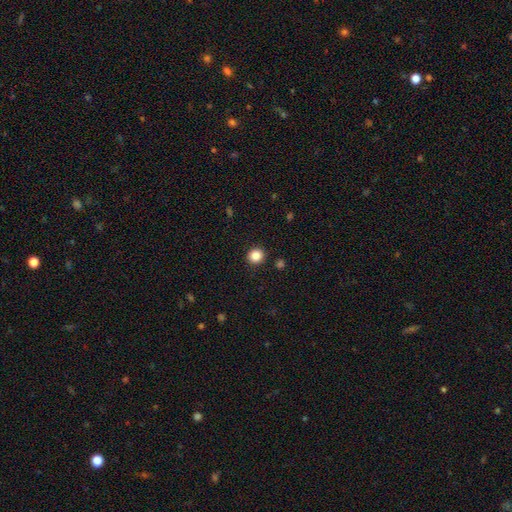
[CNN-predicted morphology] smooth-or-featured: smooth: 85% | star or artifact: 11% | featured or disk: 4%
  how-rounded: round: 89% | in between: 10% | cigar-shaped: 1%
  merging: none: 91% | minor disturbance: 5% | major disturbance: 2% | merger: 1%